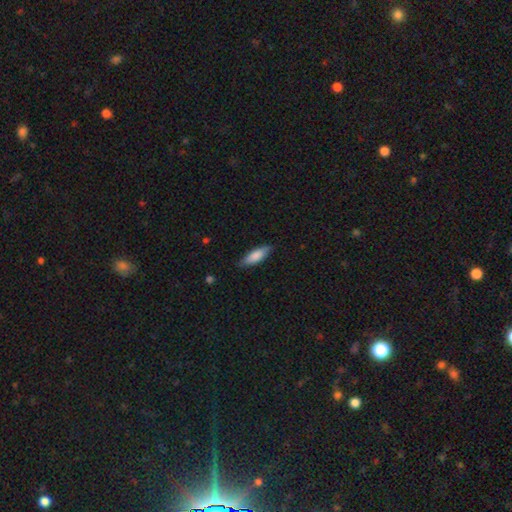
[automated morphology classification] smooth_or_featured: smooth (p=0.84) [alt: featured or disk p=0.10]
how_rounded: in between (p=0.57) [alt: cigar-shaped p=0.42]
merging: none (p=0.83) [alt: minor disturbance p=0.14]